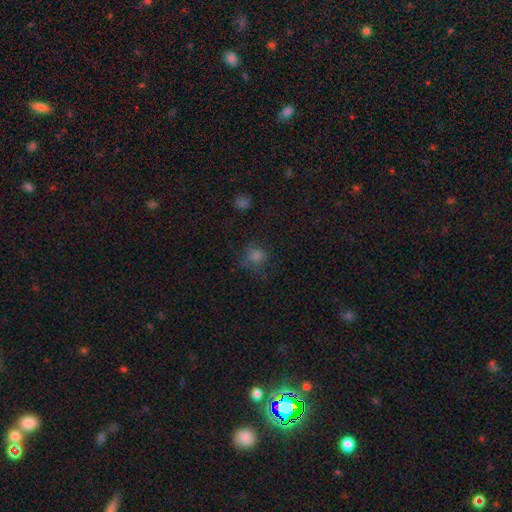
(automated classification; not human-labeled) Smooth or featured?
  - smooth: 67% *
  - star or artifact: 23%
  - featured or disk: 10%
How rounded?
  - round: 82% *
  - in between: 17%
  - cigar-shaped: 1%
Merging?
  - none: 66% *
  - minor disturbance: 20%
  - major disturbance: 13%
  - merger: 2%